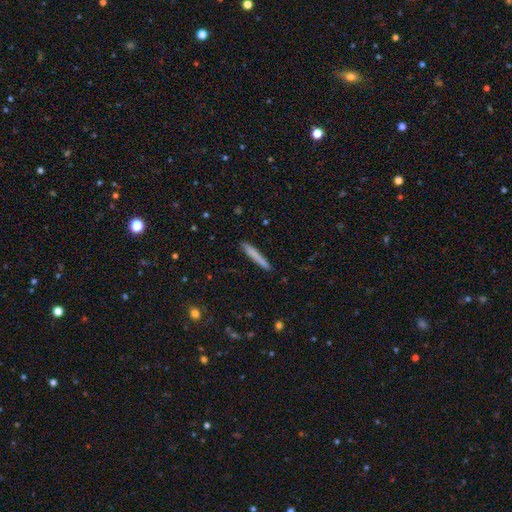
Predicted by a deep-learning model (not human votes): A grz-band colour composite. It shows a smooth galaxy with no disk features (74%) that is cigar-shaped (97%). Merging: none (89%).